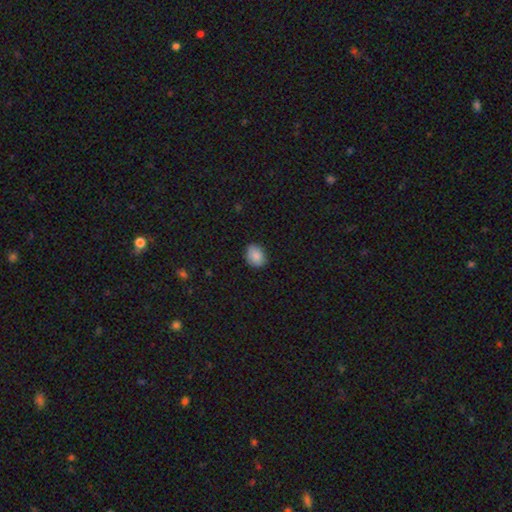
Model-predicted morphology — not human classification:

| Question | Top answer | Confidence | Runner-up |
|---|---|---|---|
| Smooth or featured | smooth | 87% | star or artifact (8%) |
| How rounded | in between | 57% | round (42%) |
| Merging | none | 82% | minor disturbance (15%) |